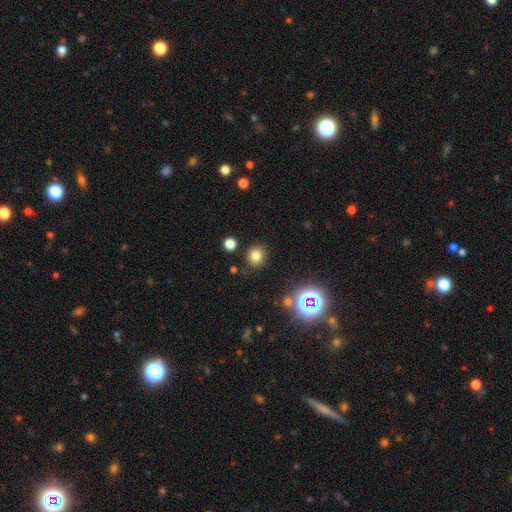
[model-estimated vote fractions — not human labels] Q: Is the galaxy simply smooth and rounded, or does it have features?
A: smooth — 76%.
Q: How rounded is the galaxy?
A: round — 80%.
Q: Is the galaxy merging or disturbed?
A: none — 87%.